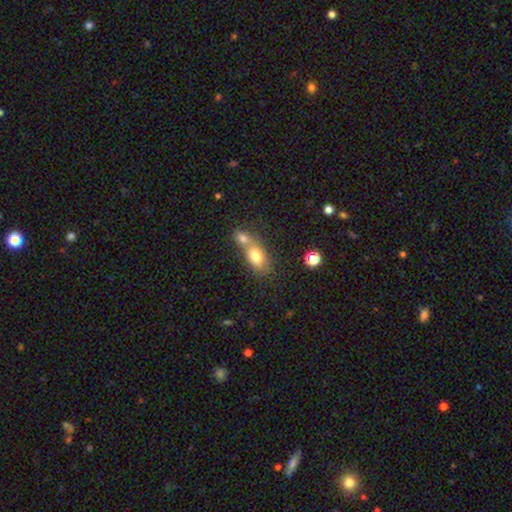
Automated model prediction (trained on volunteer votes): This is likely a smooth galaxy (75%). How rounded: clearly in between (83%). Merging: possibly merger (58%).